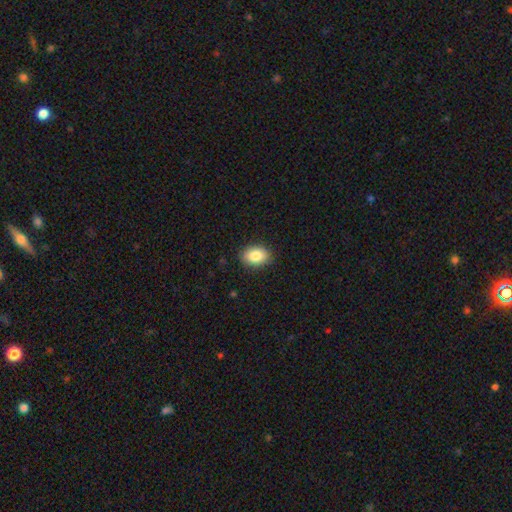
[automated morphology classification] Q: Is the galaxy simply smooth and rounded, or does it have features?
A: smooth — 85%.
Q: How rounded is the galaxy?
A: in between — 81%.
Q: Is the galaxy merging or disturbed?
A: none — 88%.